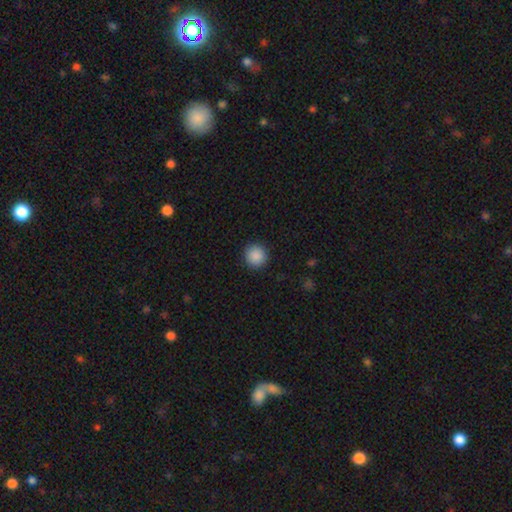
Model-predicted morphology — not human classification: This is clearly a smooth galaxy (89%). How rounded: clearly round (94%). Merging: clearly none (92%).